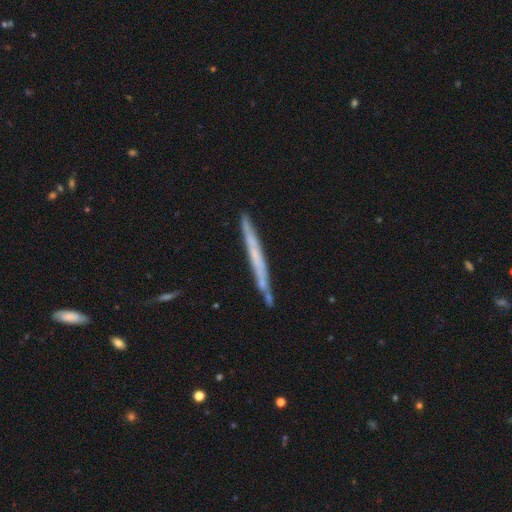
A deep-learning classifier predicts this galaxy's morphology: The model was most divided on "smooth or featured": featured or disk: 51%, smooth: 42%, star or artifact: 7%. More confident: edge-on disk — yes (95%); merging — none (83%).